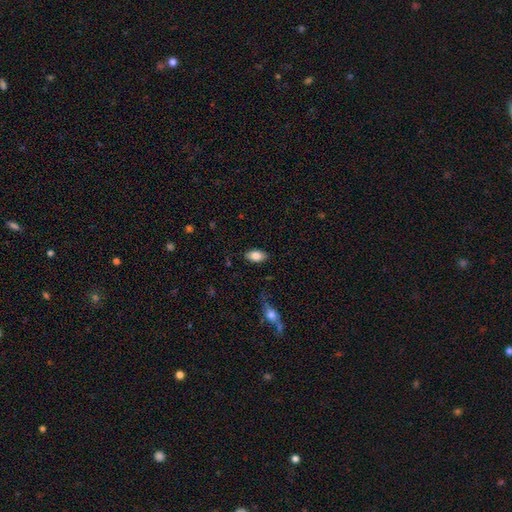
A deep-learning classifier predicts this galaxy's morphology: smooth 84%, featured or disk 9%, star or artifact 7%. Down the decision tree: how rounded — in between (93%); merging — none (85%).